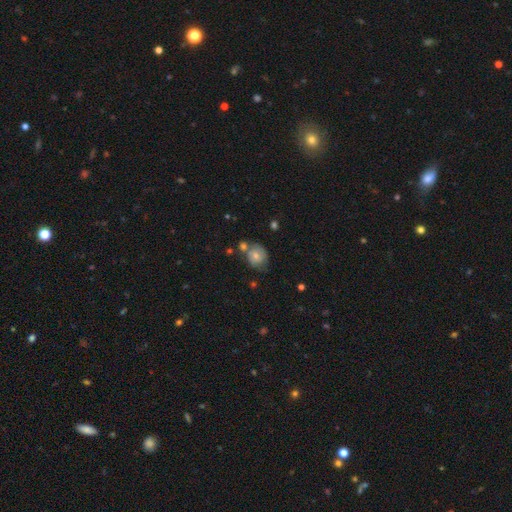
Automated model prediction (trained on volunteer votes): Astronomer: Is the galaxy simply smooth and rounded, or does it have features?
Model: smooth — 62%.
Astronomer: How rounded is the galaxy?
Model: round — 73%.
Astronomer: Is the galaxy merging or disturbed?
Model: none — 55%.